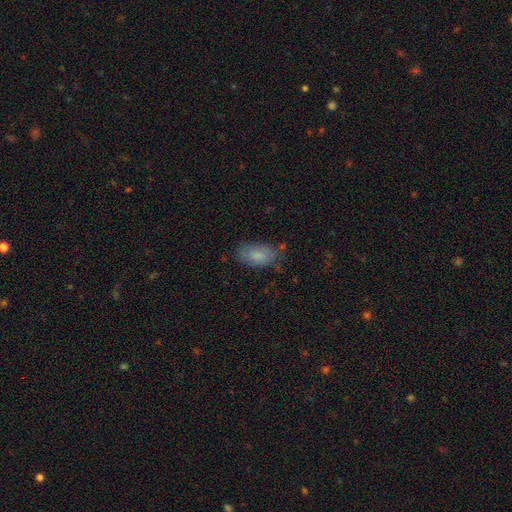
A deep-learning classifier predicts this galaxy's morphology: This appears to be a smooth galaxy with no disk features (79%) that is in between round and cigar-shaped (92%). Merging: none (66%).